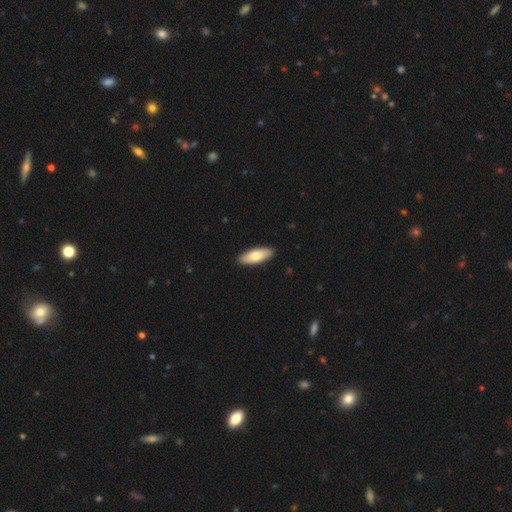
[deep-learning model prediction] smooth_or_featured: smooth (p=0.76) [alt: featured or disk p=0.19]
how_rounded: in between (p=0.70) [alt: cigar-shaped p=0.28]
merging: none (p=0.90) [alt: minor disturbance p=0.07]